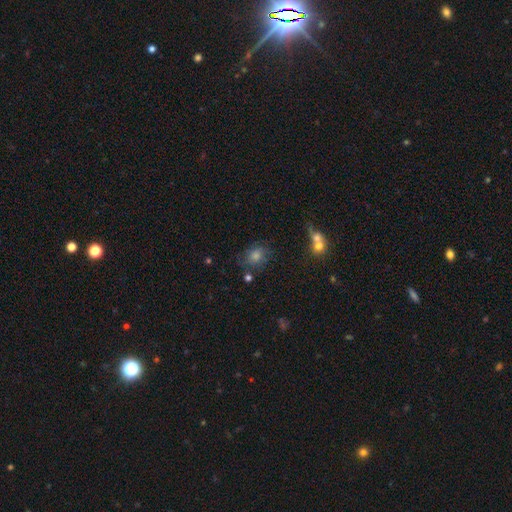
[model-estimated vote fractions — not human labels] The model was most divided on "how rounded": round: 60%, in between: 38%, cigar-shaped: 2%. More confident: merging — none (71%); smooth or featured — smooth (51%).